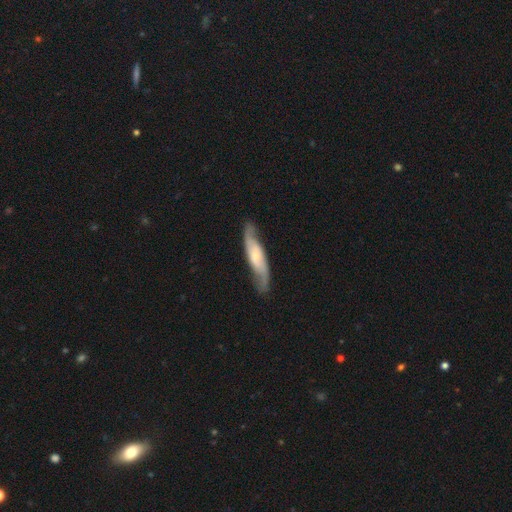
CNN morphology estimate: This appears to be a featured or disk galaxy (71%) with no bar (56%), spiral arms (90%) and a small central bulge (51%). Merging: none (79%).